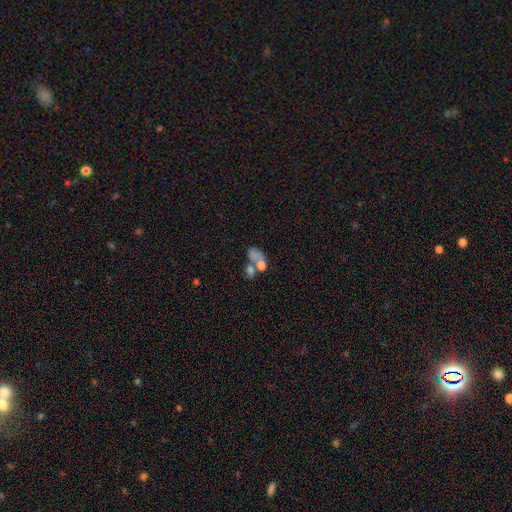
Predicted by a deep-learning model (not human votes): smooth 42%, featured or disk 32%, star or artifact 27%. Down the decision tree: merging — merger (45%).